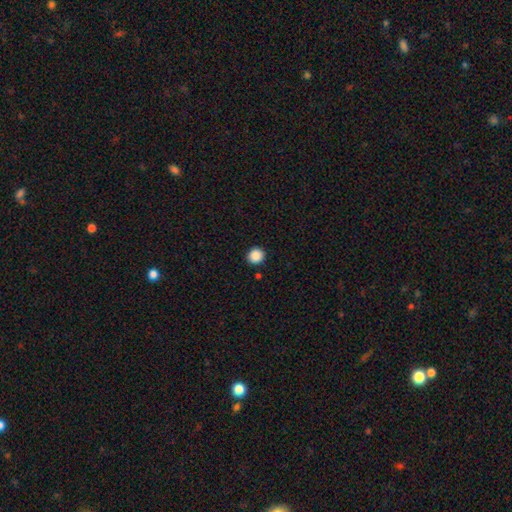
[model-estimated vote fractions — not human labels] Morphology: type=smooth (88%); roundness=round (90%); merging=none (92%).